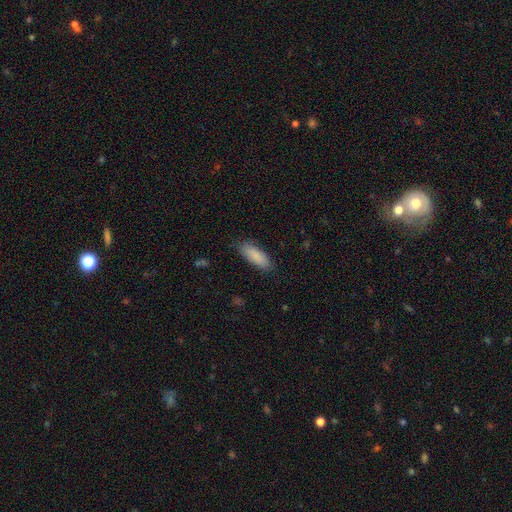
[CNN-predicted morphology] A smooth galaxy with no disk features (86%) that is in between round and cigar-shaped (69%).

Vote fractions:
- Smooth or featured? smooth: 86% / featured or disk: 8% / star or artifact: 6%
- How rounded? in between: 69% / cigar-shaped: 29% / round: 2%
- Merging? none: 83% / minor disturbance: 13% / major disturbance: 3% / merger: 1%